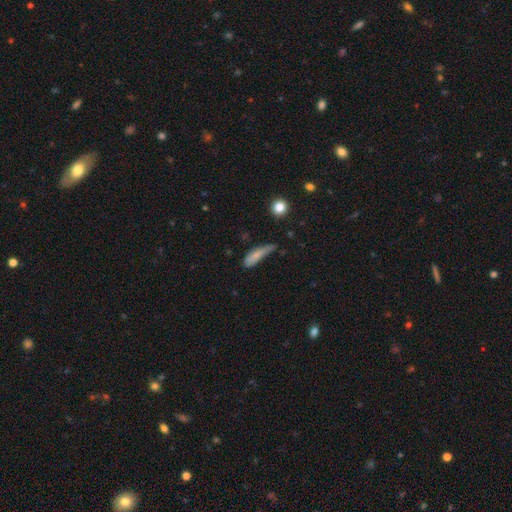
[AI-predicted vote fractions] Morphology: type=smooth (73%); roundness=cigar-shaped (60%); merging=minor disturbance (41%).